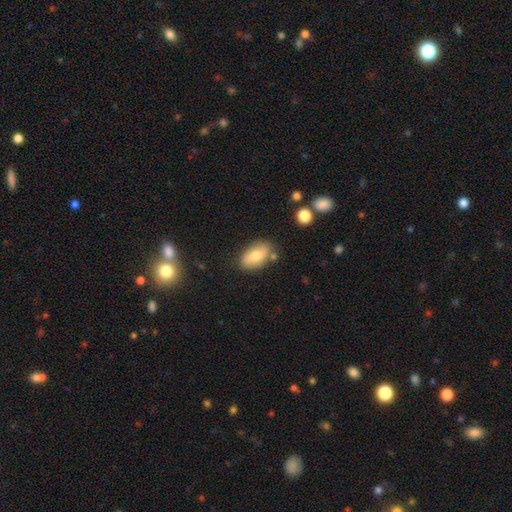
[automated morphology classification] type=smooth (72%); roundness=in between (91%); merging=none (76%).